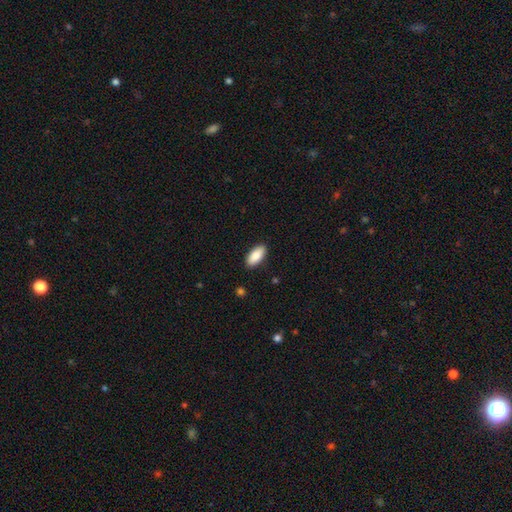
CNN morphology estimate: The model was most divided on "merging": none: 89%, minor disturbance: 8%, major disturbance: 2%, merger: 1%. More confident: how rounded — in between (90%); smooth or featured — smooth (87%).